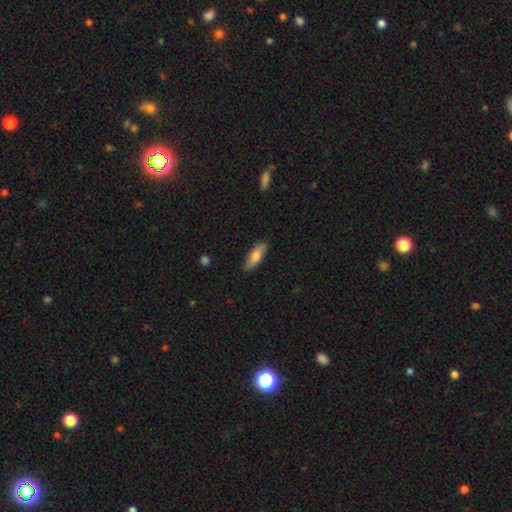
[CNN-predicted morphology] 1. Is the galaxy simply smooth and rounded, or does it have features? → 74% smooth, 20% featured or disk, 6% star or artifact.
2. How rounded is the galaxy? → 58% in between, 40% cigar-shaped, 2% round.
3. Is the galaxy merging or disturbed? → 86% none, 11% minor disturbance, 2% major disturbance, 1% merger.